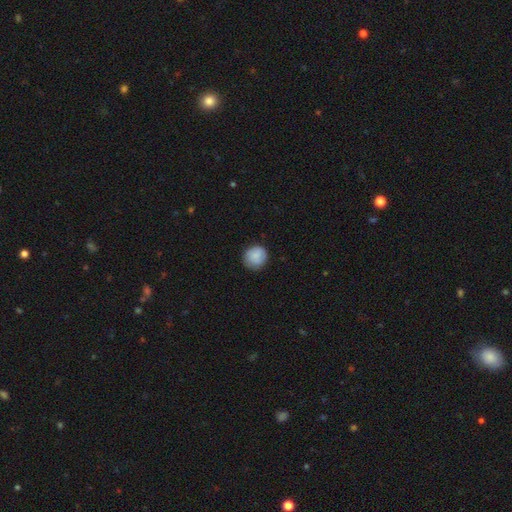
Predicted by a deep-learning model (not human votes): The model was most divided on "merging": none: 82%, minor disturbance: 14%, major disturbance: 3%, merger: 1%. More confident: how rounded — round (88%); smooth or featured — smooth (84%).